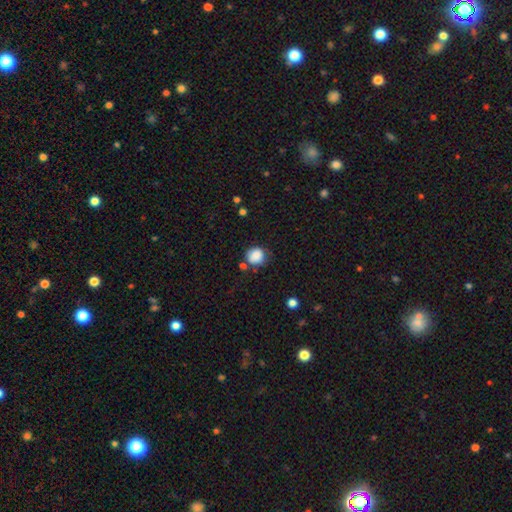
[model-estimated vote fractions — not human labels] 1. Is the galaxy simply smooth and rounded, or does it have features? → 86% smooth, 9% star or artifact, 5% featured or disk.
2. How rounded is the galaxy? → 85% round, 14% in between, 1% cigar-shaped.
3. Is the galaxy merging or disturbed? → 69% none, 18% minor disturbance, 8% merger, 6% major disturbance.